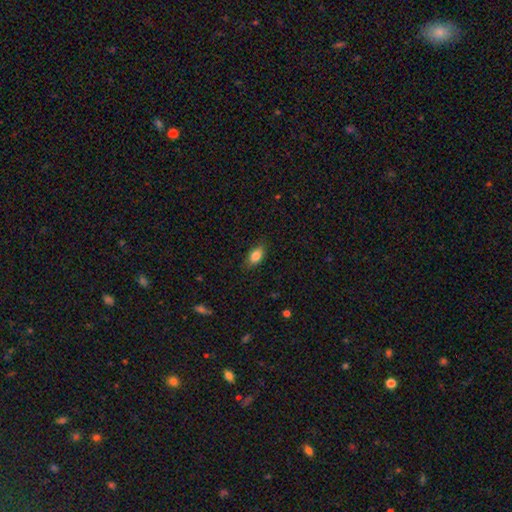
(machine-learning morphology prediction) Q: Smooth or featured?
A: smooth (84%); runner-up: star or artifact (8%)
Q: How rounded?
A: in between (87%); runner-up: round (7%)
Q: Merging?
A: none (81%); runner-up: minor disturbance (15%)